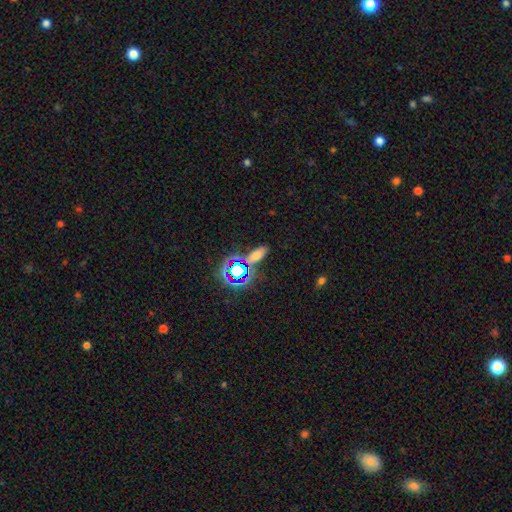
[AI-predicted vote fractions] smooth 57%, star or artifact 31%, featured or disk 12%. Down the decision tree: how rounded — in between (67%); merging — none (75%).